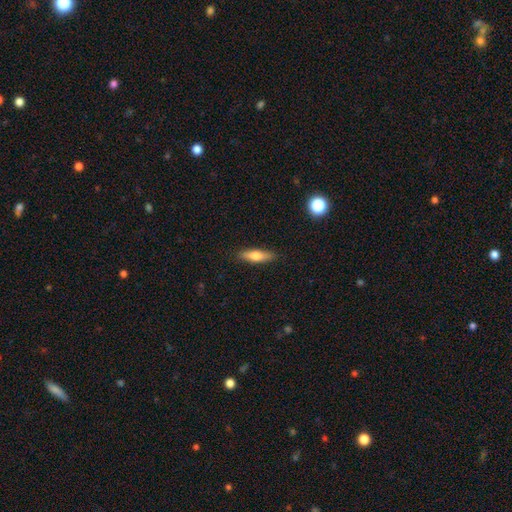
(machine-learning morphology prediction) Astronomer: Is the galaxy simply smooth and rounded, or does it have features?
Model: smooth — 70%.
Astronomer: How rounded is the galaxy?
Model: cigar-shaped — 60% (runner-up: in between, 38%).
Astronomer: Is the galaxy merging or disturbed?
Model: none — 87%.